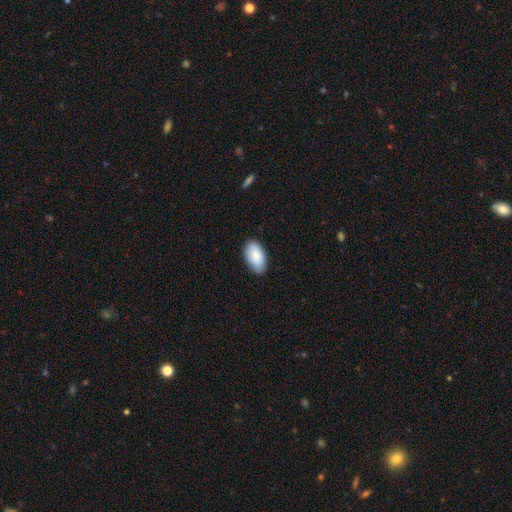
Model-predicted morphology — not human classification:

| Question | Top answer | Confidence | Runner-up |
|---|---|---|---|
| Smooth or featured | smooth | 86% | featured or disk (8%) |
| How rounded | in between | 95% | round (4%) |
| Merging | none | 83% | minor disturbance (14%) |